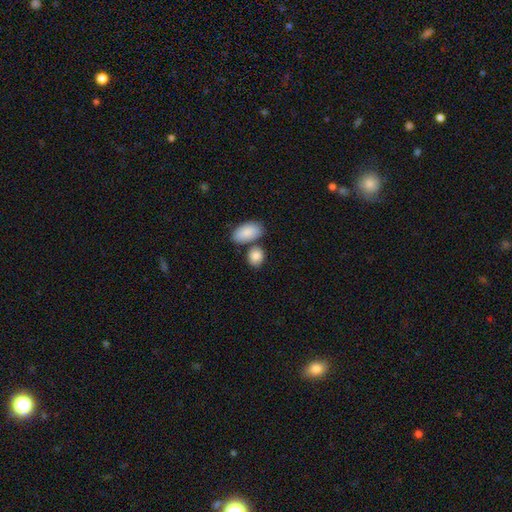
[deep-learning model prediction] Smooth or featured: smooth — 87% (star or artifact — 7%)
How rounded: in between — 66% (round — 32%)
Merging: none — 61% (merger — 22%)